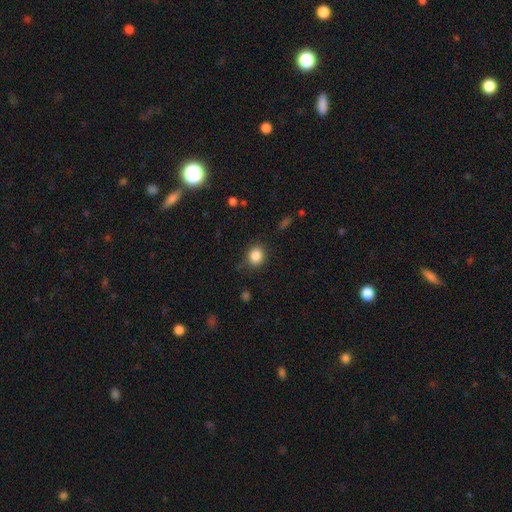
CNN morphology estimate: Overall: smooth (85%). How rounded: round (70%). Merging: none (83%).